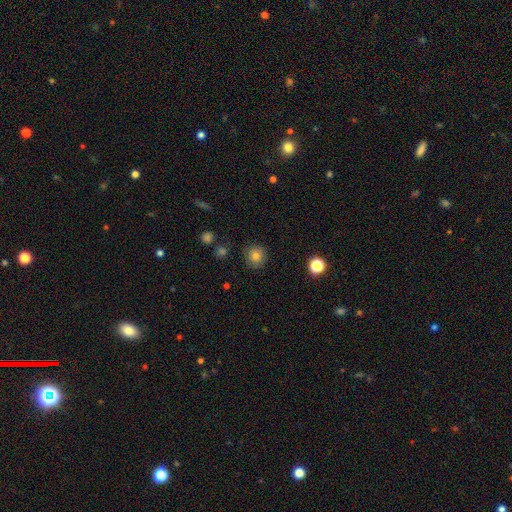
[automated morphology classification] Q: Smooth or featured?
A: smooth (80%); runner-up: star or artifact (12%)
Q: How rounded?
A: round (93%); runner-up: in between (6%)
Q: Merging?
A: none (87%); runner-up: minor disturbance (9%)